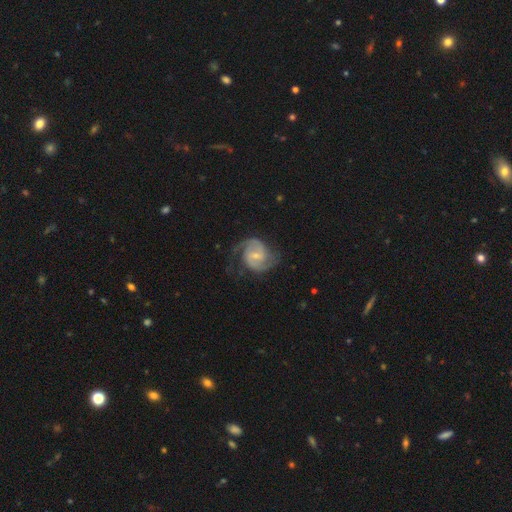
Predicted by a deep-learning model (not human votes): Smooth or featured? featured or disk (88%)
Edge-on disk? no (98%)
Bar? weak (57%)
Spiral arms? yes (97%)
Spiral winding? medium (54%)
Spiral arm count? 2 (88%)
Bulge size? small (60%)
Merging? none (70%)